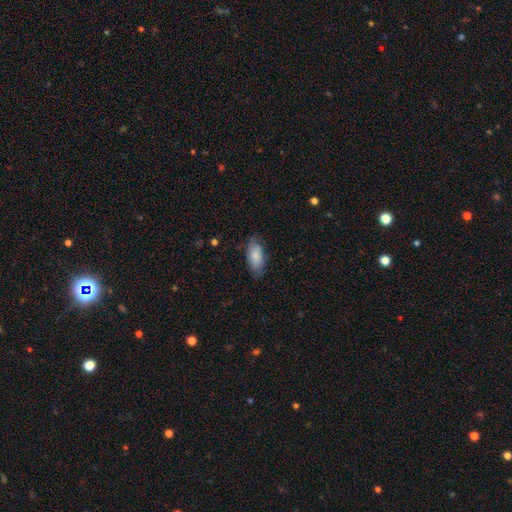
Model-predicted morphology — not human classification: Smooth or featured? smooth (76%)
How rounded? in between (90%)
Merging? none (72%)